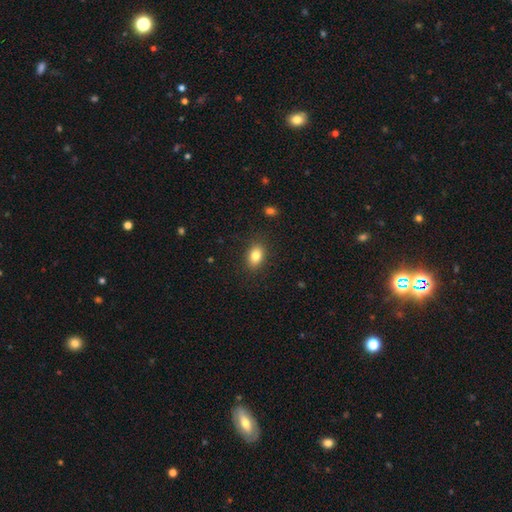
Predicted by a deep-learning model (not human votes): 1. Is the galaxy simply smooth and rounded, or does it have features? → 82% smooth, 9% star or artifact, 8% featured or disk.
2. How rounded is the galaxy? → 81% in between, 17% round, 2% cigar-shaped.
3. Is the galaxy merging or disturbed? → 87% none, 10% minor disturbance, 3% major disturbance, 1% merger.